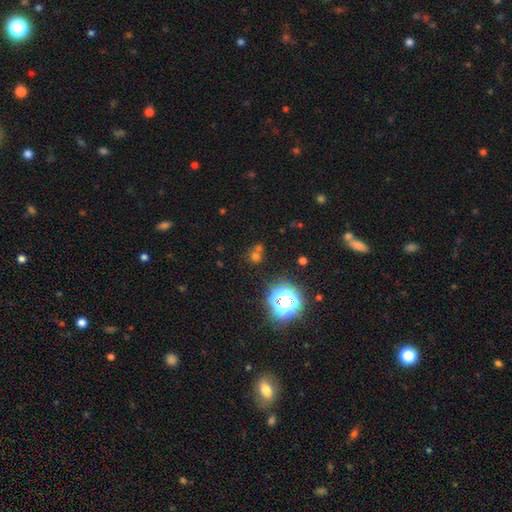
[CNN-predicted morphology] Smooth or featured? smooth (52%)
How rounded? round (82%)
Merging? none (60%)